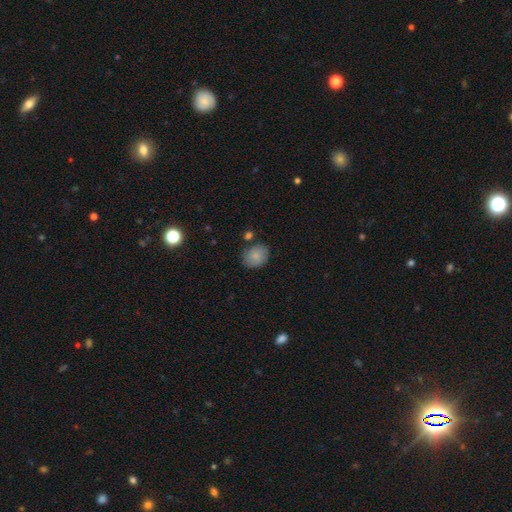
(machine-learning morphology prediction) Overall: smooth (80%). How rounded: round (53%; in between 46%). Merging: none (73%).